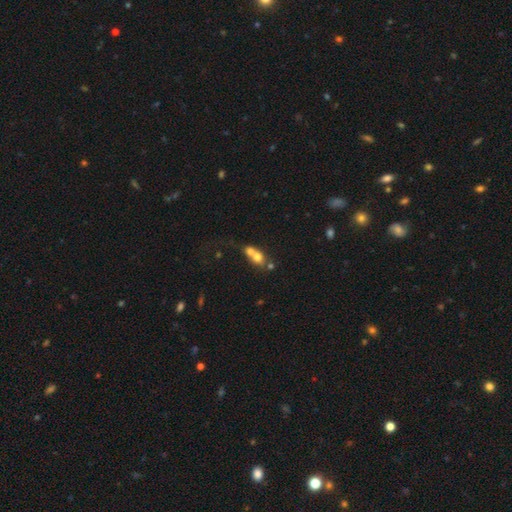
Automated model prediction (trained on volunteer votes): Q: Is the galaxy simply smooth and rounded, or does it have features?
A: smooth — 64%.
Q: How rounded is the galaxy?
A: round — 56%.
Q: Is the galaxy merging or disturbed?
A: merger — 68%.